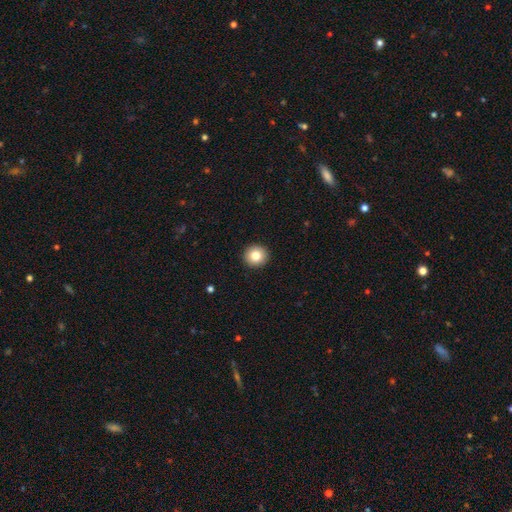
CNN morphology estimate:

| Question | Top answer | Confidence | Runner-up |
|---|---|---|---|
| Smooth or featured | smooth | 82% | star or artifact (9%) |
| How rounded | round | 94% | in between (5%) |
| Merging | none | 94% | minor disturbance (4%) |